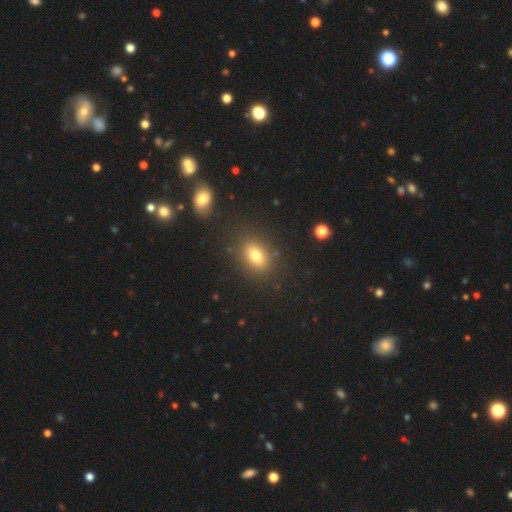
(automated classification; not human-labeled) Smooth or featured?
  - smooth: 77% *
  - star or artifact: 12%
  - featured or disk: 11%
How rounded?
  - in between: 76% *
  - round: 22%
  - cigar-shaped: 3%
Merging?
  - none: 84% *
  - minor disturbance: 9%
  - major disturbance: 4%
  - merger: 3%